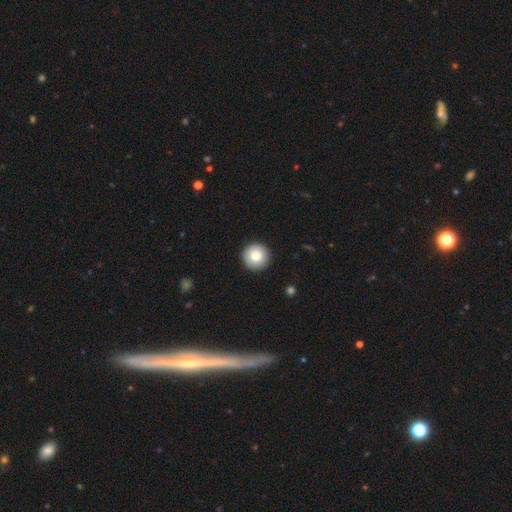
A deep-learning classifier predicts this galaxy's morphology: A smooth galaxy with no disk features (81%) that is round (97%).

Vote fractions:
- Smooth or featured? smooth: 81% / featured or disk: 11% / star or artifact: 8%
- How rounded? round: 97% / in between: 2% / cigar-shaped: 1%
- Merging? none: 92% / minor disturbance: 5% / major disturbance: 2% / merger: 1%